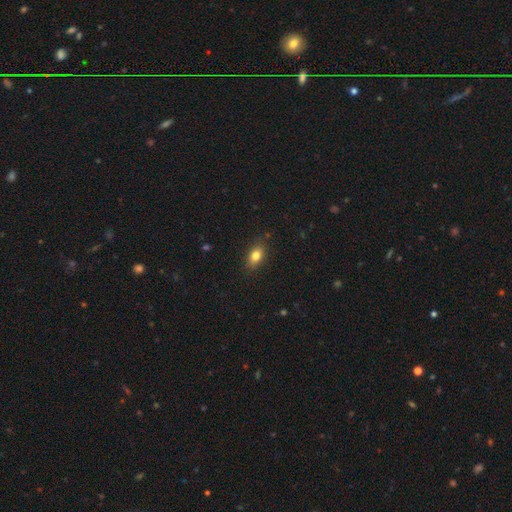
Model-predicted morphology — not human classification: The model was most divided on "smooth or featured": smooth: 80%, featured or disk: 11%, star or artifact: 9%. More confident: merging — none (85%); how rounded — in between (83%).